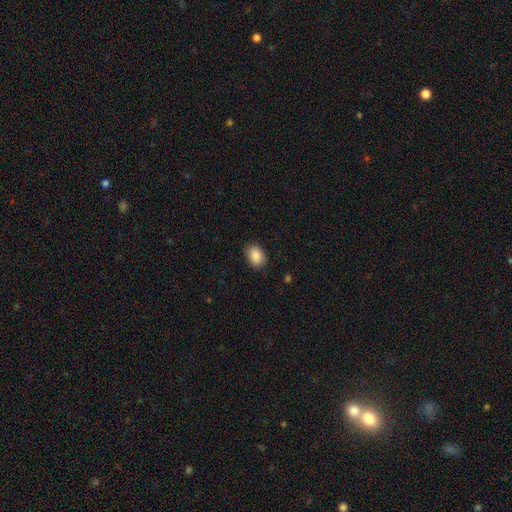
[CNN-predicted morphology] A smooth galaxy with no disk features (89%) that is in between round and cigar-shaped (79%).

Vote fractions:
- Smooth or featured? smooth: 89% / star or artifact: 7% / featured or disk: 4%
- How rounded? in between: 79% / round: 20% / cigar-shaped: 1%
- Merging? none: 88% / minor disturbance: 9% / major disturbance: 2% / merger: 1%